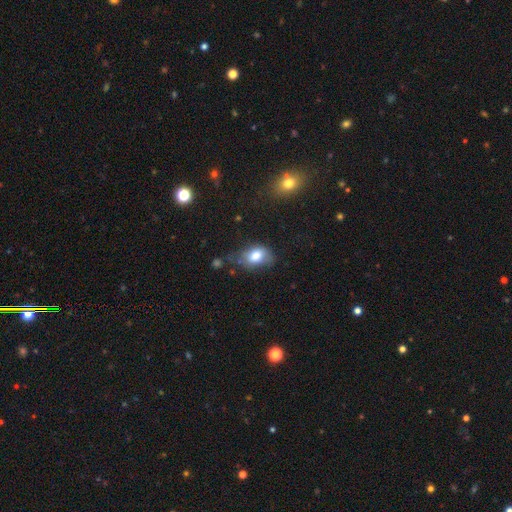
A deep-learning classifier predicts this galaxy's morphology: Q: Smooth or featured?
A: smooth (76%); runner-up: featured or disk (15%)
Q: How rounded?
A: in between (80%); runner-up: round (19%)
Q: Merging?
A: none (45%); runner-up: minor disturbance (35%)